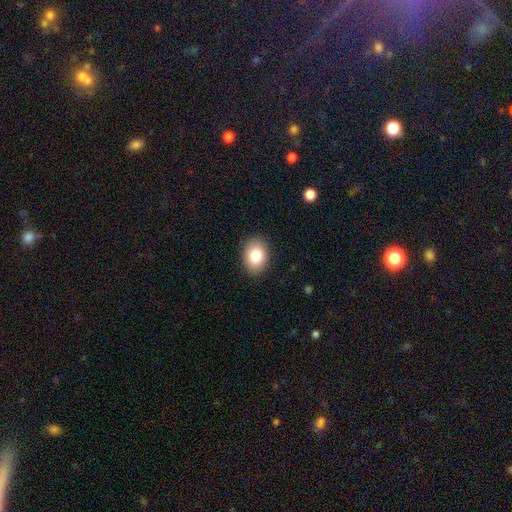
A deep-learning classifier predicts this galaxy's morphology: Smooth or featured? Predicted: smooth (p=0.83). How rounded? Predicted: in between (p=0.72). Merging? Predicted: none (p=0.89).